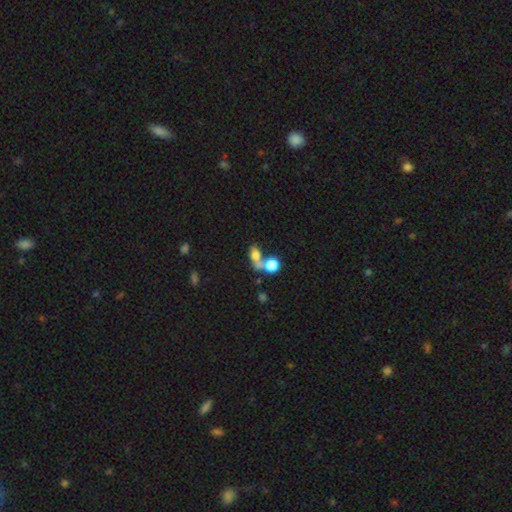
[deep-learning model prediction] Smooth or featured: smooth — 70% (featured or disk — 16%)
How rounded: in between — 64% (round — 29%)
Merging: merger — 51% (none — 28%)